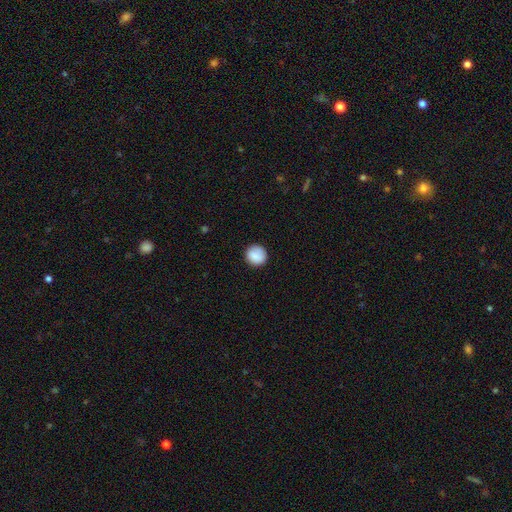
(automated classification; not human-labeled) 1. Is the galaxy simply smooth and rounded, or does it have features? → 87% smooth, 8% star or artifact, 5% featured or disk.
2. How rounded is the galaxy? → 90% round, 9% in between, 1% cigar-shaped.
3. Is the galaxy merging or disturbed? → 87% none, 9% minor disturbance, 2% major disturbance, 1% merger.